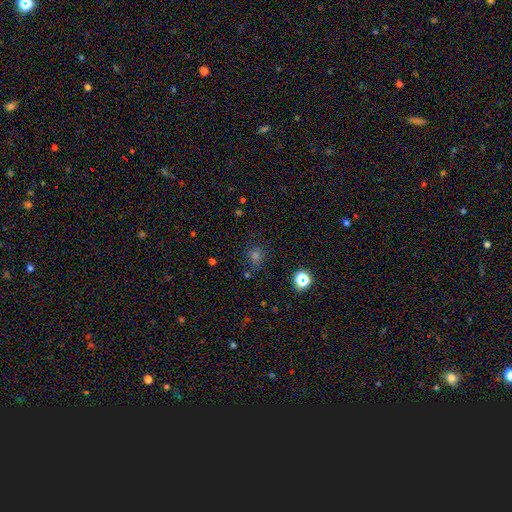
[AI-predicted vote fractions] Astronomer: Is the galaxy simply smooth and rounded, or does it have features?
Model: smooth — 55% (runner-up: star or artifact, 37%).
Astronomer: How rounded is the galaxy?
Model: round — 82%.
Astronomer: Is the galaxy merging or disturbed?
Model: none — 78%.